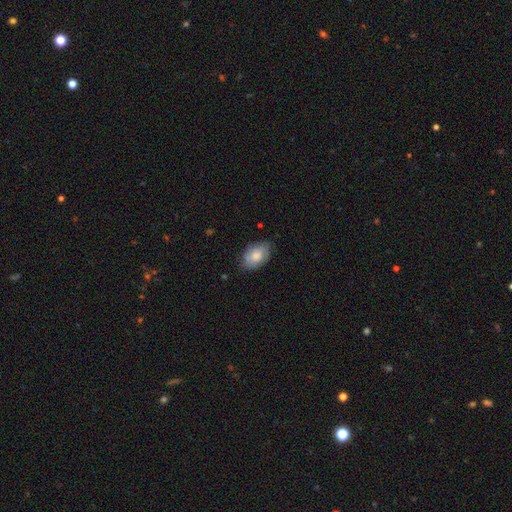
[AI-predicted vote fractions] Smooth or featured? smooth (74%)
How rounded? in between (88%)
Merging? none (67%)